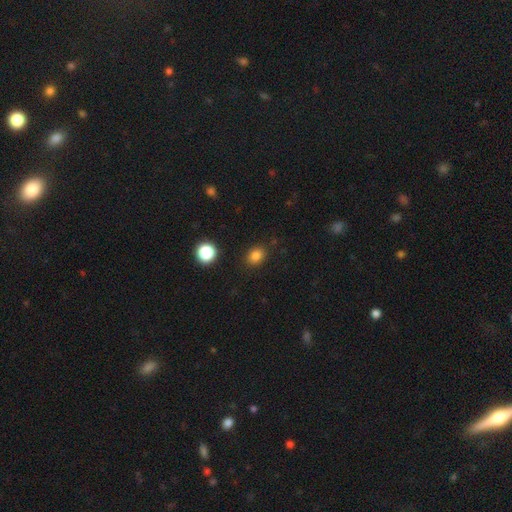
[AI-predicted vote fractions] Smooth or featured? smooth (82%)
How rounded? round (52%)
Merging? none (87%)